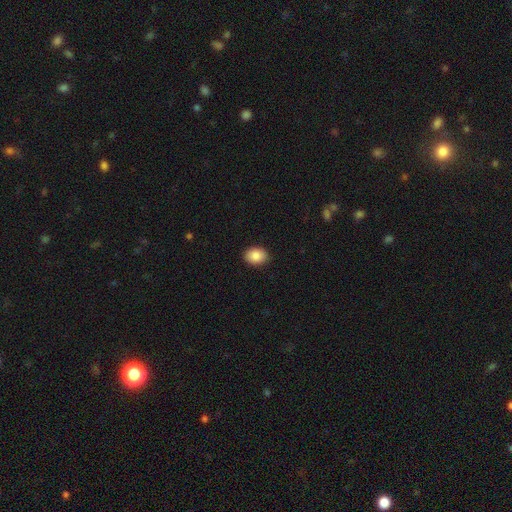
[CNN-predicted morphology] This appears to be a smooth galaxy with no disk features (88%) that is in between round and cigar-shaped (69%). Merging: none (90%).